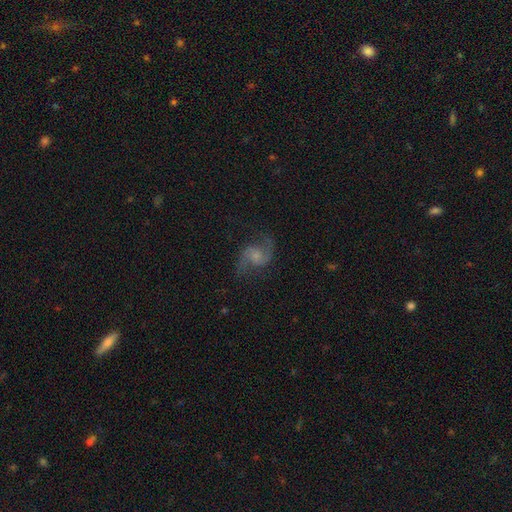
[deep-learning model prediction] Smooth or featured? featured or disk (85%)
Edge-on disk? no (98%)
Bar? no (59%)
Spiral arms? yes (97%)
Spiral winding? loose (49%)
Spiral arm count? 2 (93%)
Bulge size? small (42%)
Merging? none (76%)